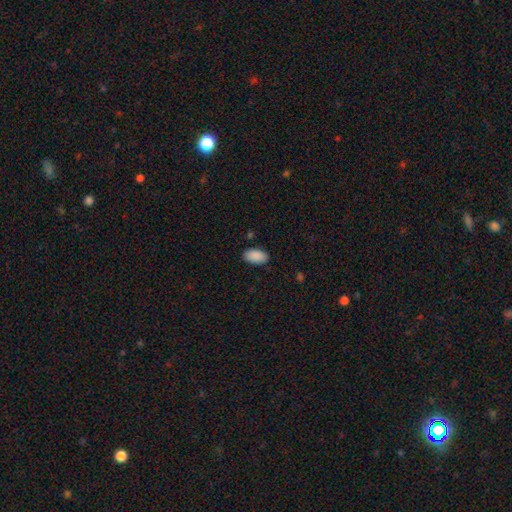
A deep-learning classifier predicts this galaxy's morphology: Smooth or featured?
  - smooth: 90% *
  - star or artifact: 7%
  - featured or disk: 3%
How rounded?
  - in between: 95% *
  - round: 3%
  - cigar-shaped: 2%
Merging?
  - none: 87% *
  - minor disturbance: 10%
  - major disturbance: 2%
  - merger: 1%